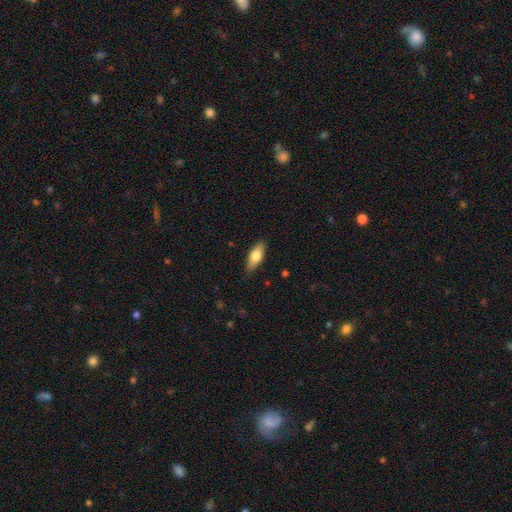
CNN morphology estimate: Smooth or featured? Predicted: smooth (p=0.70). How rounded? Predicted: in between (p=0.74). Merging? Predicted: none (p=0.86).